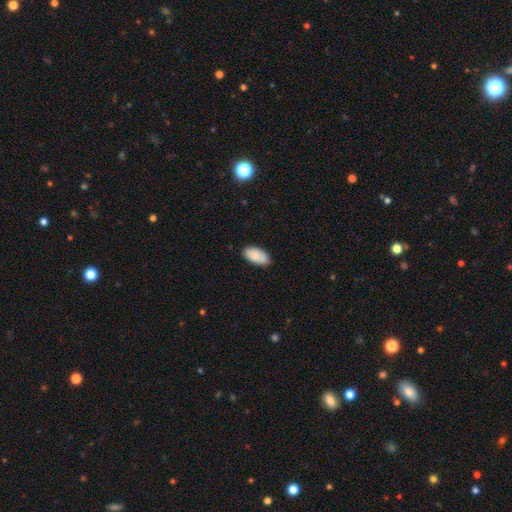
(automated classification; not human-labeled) Morphology: type=smooth (87%); roundness=in between (95%); merging=none (82%).